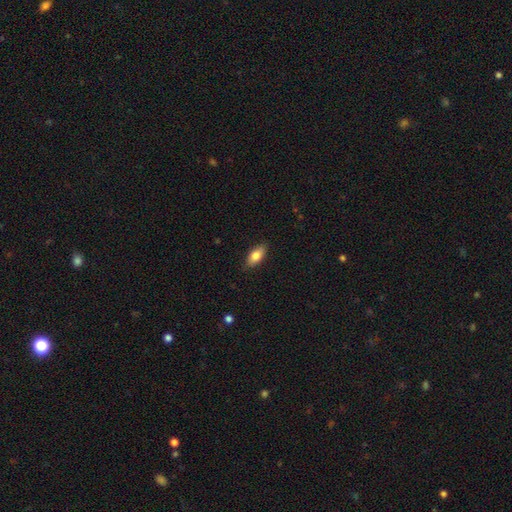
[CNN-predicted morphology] This appears to be a smooth galaxy with no disk features (81%) that is in between round and cigar-shaped (87%). Merging: none (87%).